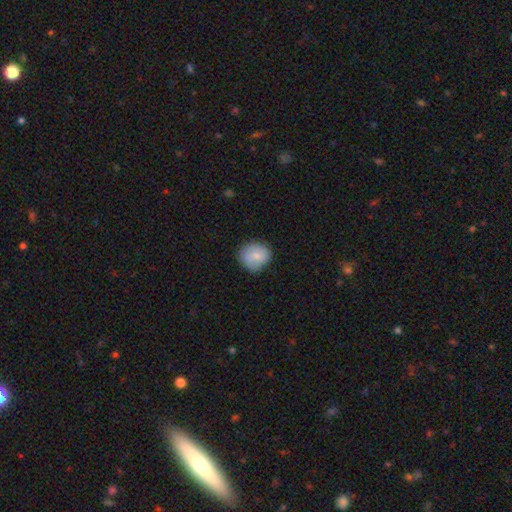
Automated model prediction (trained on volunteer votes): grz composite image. It shows a smooth galaxy with no disk features (81%) that is round (81%). Merging: none (79%).